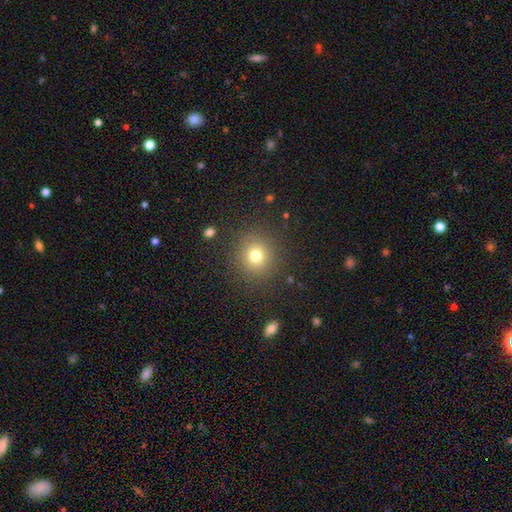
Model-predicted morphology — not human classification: Smooth or featured? Predicted: smooth (p=0.75). How rounded? Predicted: round (p=0.90). Merging? Predicted: none (p=0.88).